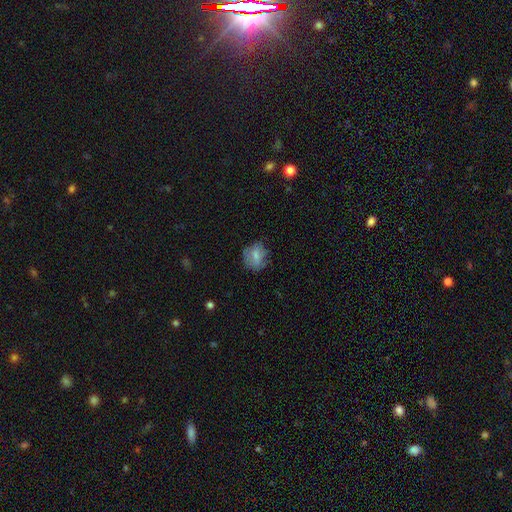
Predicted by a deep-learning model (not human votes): smooth 68%, featured or disk 23%, star or artifact 10%. Down the decision tree: how rounded — round (62%); merging — none (63%).